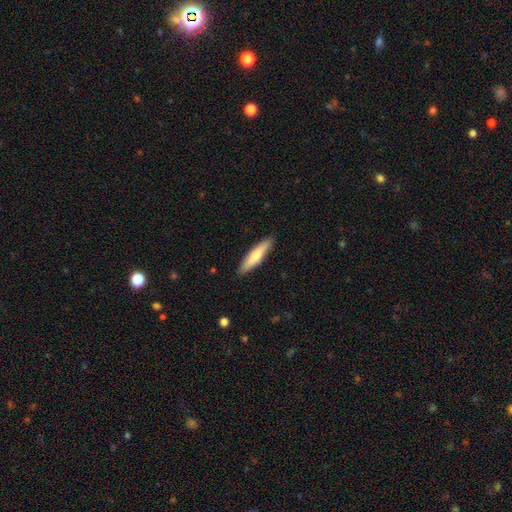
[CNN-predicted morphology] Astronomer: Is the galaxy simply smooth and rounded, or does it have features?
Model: smooth — 67%.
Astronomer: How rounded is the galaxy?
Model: cigar-shaped — 82%.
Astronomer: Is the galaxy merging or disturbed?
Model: none — 89%.